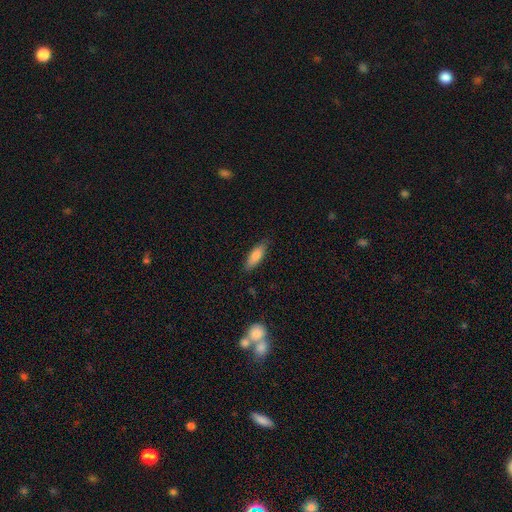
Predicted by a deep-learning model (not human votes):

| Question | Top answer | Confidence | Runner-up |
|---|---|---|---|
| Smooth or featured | smooth | 81% | featured or disk (12%) |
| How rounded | in between | 57% | cigar-shaped (41%) |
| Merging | none | 83% | minor disturbance (13%) |